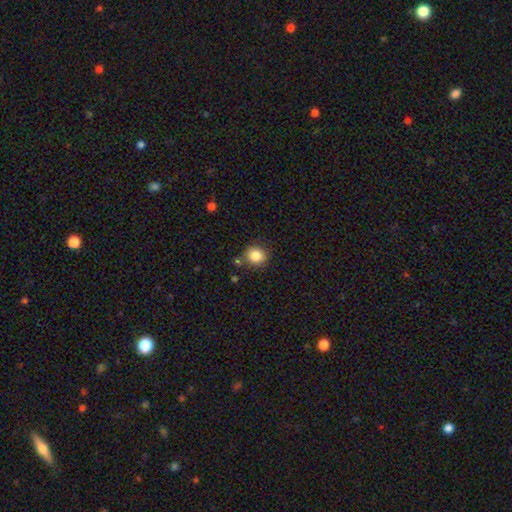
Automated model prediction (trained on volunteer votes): Smooth or featured? smooth (84%)
How rounded? round (84%)
Merging? none (76%)